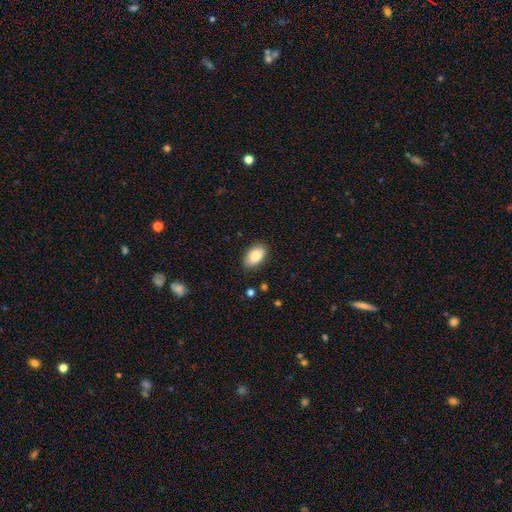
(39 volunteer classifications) A smooth galaxy with no disk features (82%) that is in between round and cigar-shaped (94%). Merging: none (91%).